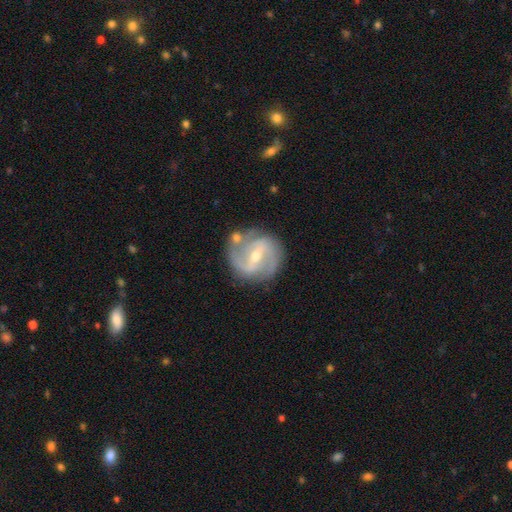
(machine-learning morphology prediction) Smooth or featured: featured or disk — 86% (smooth — 9%)
Edge-on disk: no — 97% (yes — 3%)
Bar: strong — 45% (weak — 43%)
Spiral arms: yes — 94% (no — 6%)
Spiral winding: medium — 50% (tight — 32%)
Spiral arm count: 2 — 74% (3 — 11%)
Bulge size: moderate — 48% (tied with small — 48%)
Merging: none — 75% (minor disturbance — 14%)